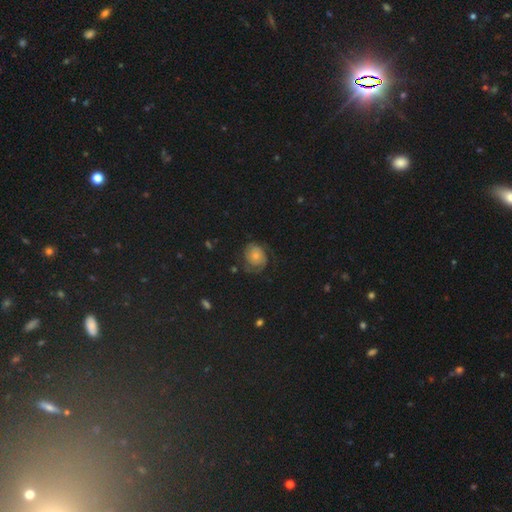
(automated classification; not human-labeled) Smooth or featured? featured or disk (46%)
Merging? none (58%)